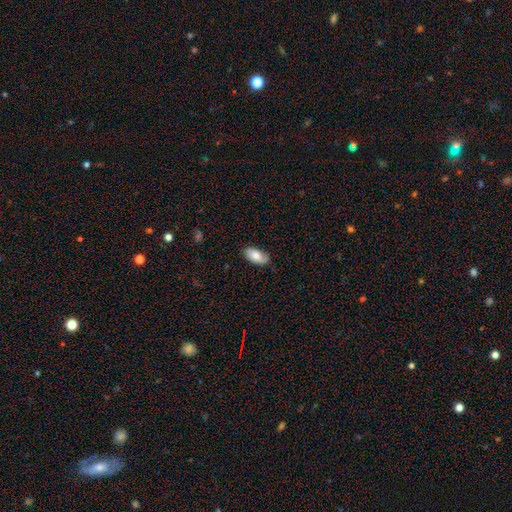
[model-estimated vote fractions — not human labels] This is likely a smooth galaxy (78%). How rounded: clearly in between (94%). Merging: likely none (79%).